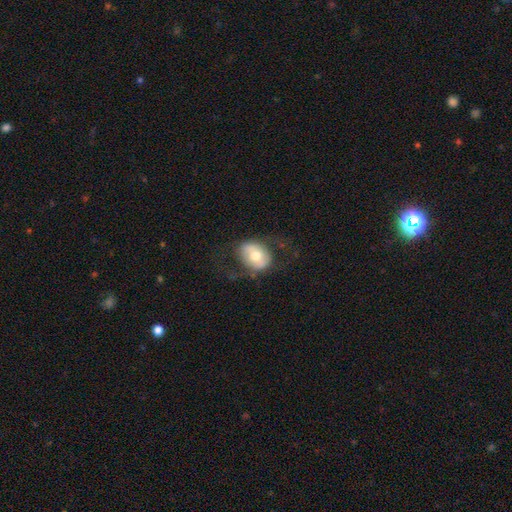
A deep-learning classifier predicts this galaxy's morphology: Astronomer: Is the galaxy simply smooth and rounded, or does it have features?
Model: smooth — 54% (runner-up: featured or disk, 39%).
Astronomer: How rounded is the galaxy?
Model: in between — 64%.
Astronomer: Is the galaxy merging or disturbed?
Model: none — 63%.